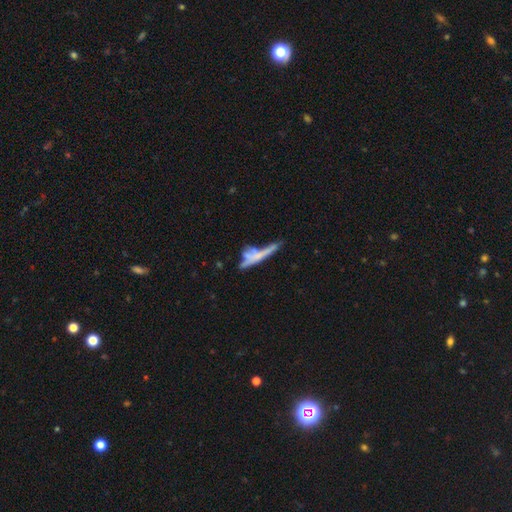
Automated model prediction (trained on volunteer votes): This appears to be a smooth galaxy with no disk features (49%). Merging: none (38%).